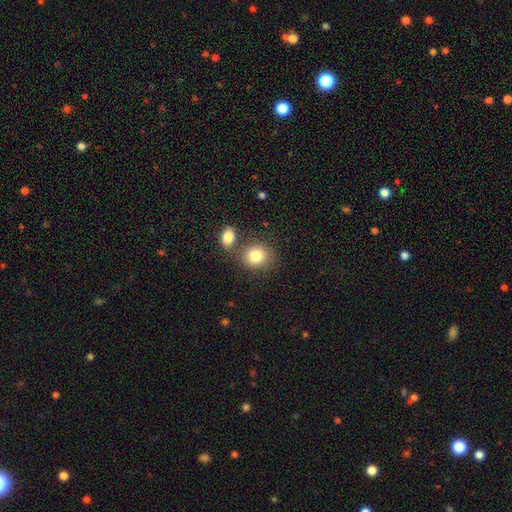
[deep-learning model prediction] This appears to be a smooth galaxy with no disk features (83%) that is round (70%). Merging: none (62%).